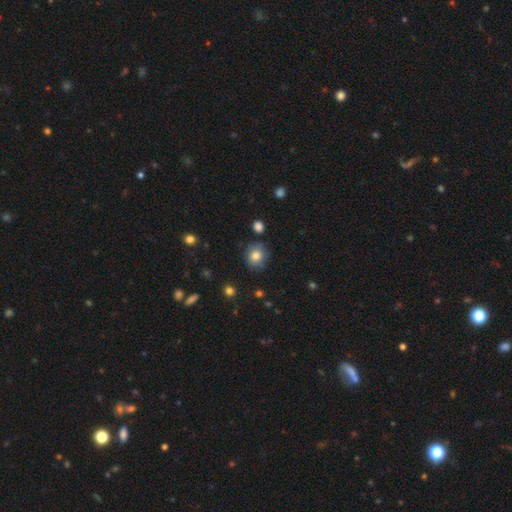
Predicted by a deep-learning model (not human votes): A smooth galaxy with no disk features (81%) that is round (79%). Merging: none (81%).